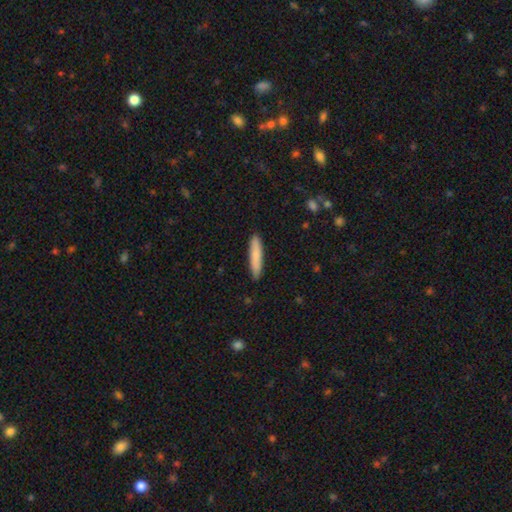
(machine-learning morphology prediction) Smooth or featured: smooth — 82% (featured or disk — 13%)
How rounded: cigar-shaped — 87% (in between — 12%)
Merging: none — 89% (minor disturbance — 8%)